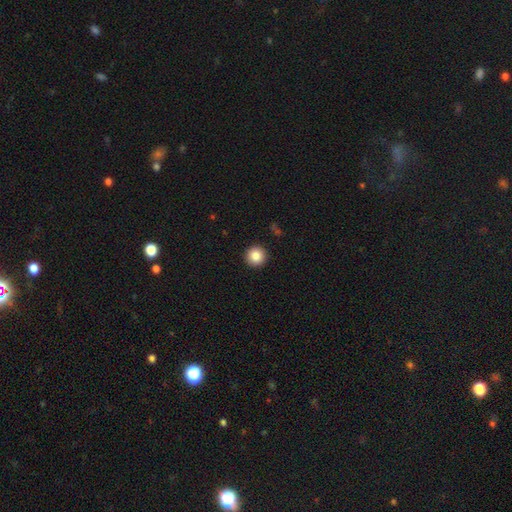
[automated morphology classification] A smooth galaxy with no disk features (86%) that is round (95%).

Vote fractions:
- Smooth or featured? smooth: 86% / star or artifact: 10% / featured or disk: 5%
- How rounded? round: 95% / in between: 4% / cigar-shaped: 1%
- Merging? none: 93% / minor disturbance: 4% / major disturbance: 2% / merger: 1%